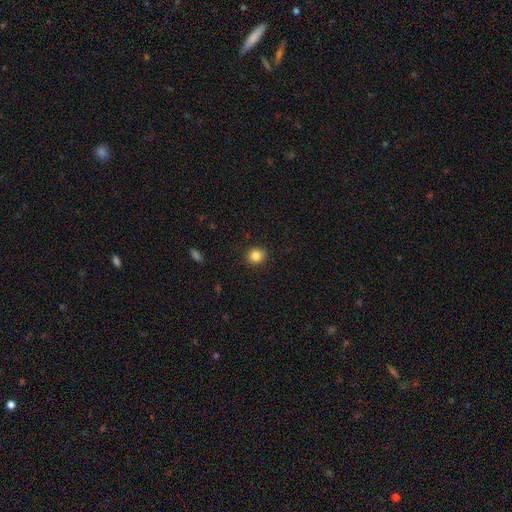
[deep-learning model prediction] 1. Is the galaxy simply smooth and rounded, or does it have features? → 84% smooth, 10% star or artifact, 5% featured or disk.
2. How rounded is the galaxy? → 80% round, 19% in between, 1% cigar-shaped.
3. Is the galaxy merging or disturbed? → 90% none, 7% minor disturbance, 2% major disturbance, 1% merger.